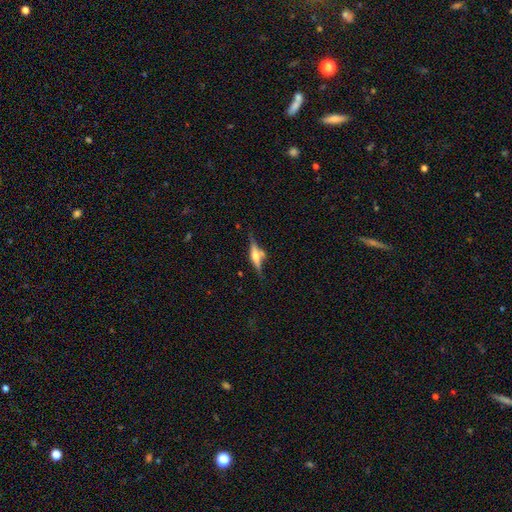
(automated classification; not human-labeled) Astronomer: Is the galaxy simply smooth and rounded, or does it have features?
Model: featured or disk — 72%.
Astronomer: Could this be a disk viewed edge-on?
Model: yes — 96%.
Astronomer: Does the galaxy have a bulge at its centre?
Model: rounded — 88%.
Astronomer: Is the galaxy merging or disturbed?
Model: none — 72%.